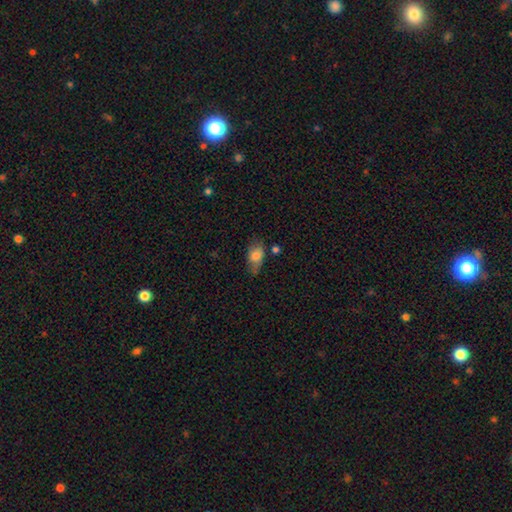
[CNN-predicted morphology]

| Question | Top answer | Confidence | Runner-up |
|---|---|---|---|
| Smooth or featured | smooth | 76% | featured or disk (16%) |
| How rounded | in between | 86% | round (9%) |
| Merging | none | 54% | minor disturbance (30%) |